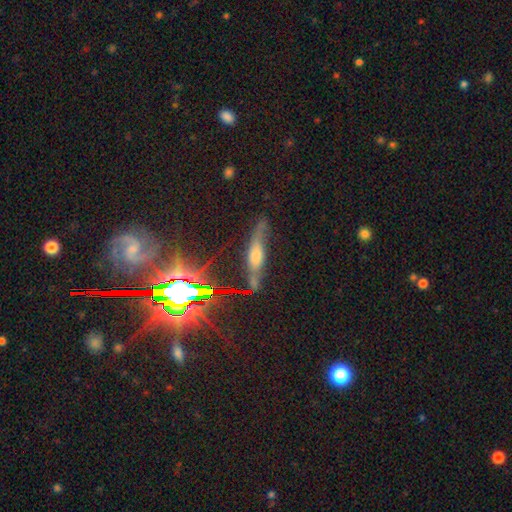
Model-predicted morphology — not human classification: smooth-or-featured: featured or disk: 52% | smooth: 29% | star or artifact: 19%
  disk-edge-on: yes: 83% | no: 17%
  merging: none: 69% | minor disturbance: 20% | major disturbance: 7% | merger: 3%